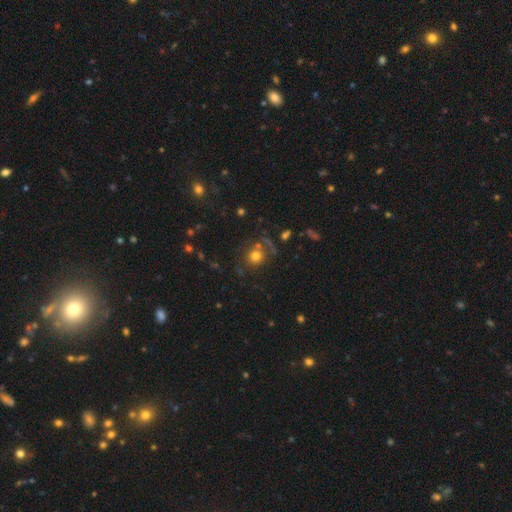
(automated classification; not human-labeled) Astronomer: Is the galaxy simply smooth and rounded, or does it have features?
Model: smooth — 71%.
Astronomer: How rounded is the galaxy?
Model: round — 85%.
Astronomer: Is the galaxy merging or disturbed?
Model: none — 64%.